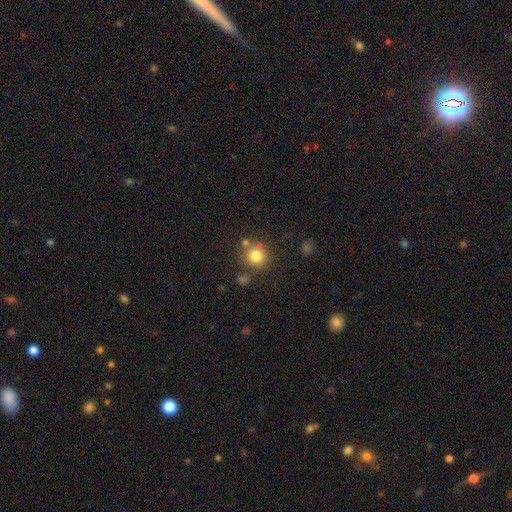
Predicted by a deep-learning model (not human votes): Overall: smooth (80%). How rounded: round (91%). Merging: none (75%).